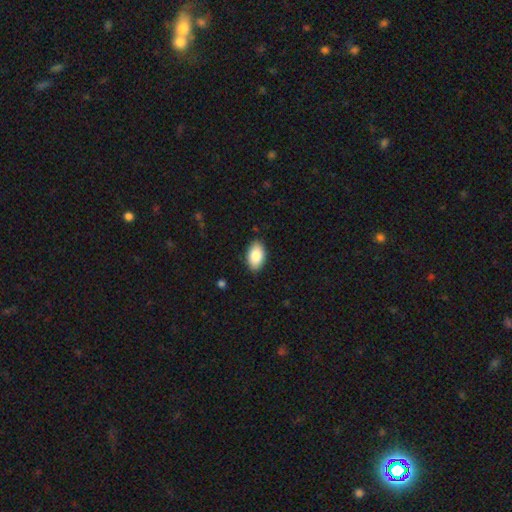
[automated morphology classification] smooth-or-featured: smooth: 85% | featured or disk: 9% | star or artifact: 6%
  how-rounded: in between: 93% | round: 5% | cigar-shaped: 2%
  merging: none: 87% | minor disturbance: 10% | major disturbance: 2% | merger: 1%